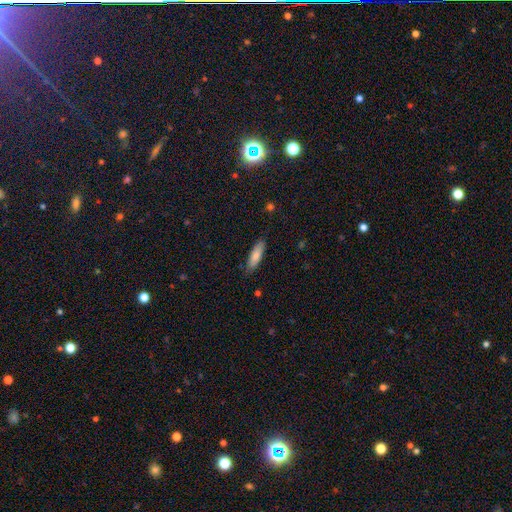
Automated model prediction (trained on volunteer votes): smooth-or-featured: smooth: 81% | featured or disk: 13% | star or artifact: 6%
  how-rounded: cigar-shaped: 60% | in between: 39% | round: 1%
  merging: none: 84% | minor disturbance: 12% | major disturbance: 2% | merger: 1%